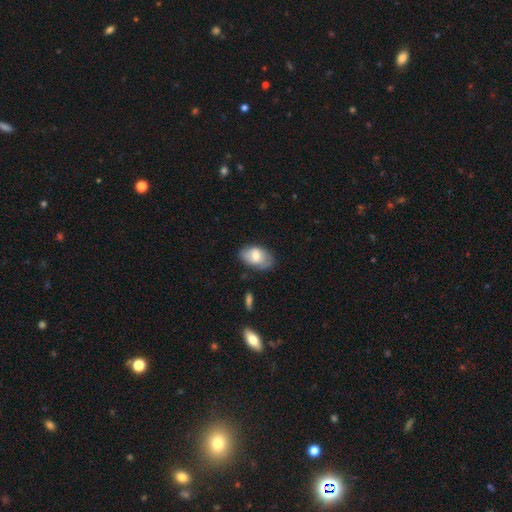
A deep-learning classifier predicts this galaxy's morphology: The model was most divided on "merging": none: 67%, minor disturbance: 25%, major disturbance: 6%, merger: 2%. More confident: how rounded — in between (90%); smooth or featured — smooth (68%).